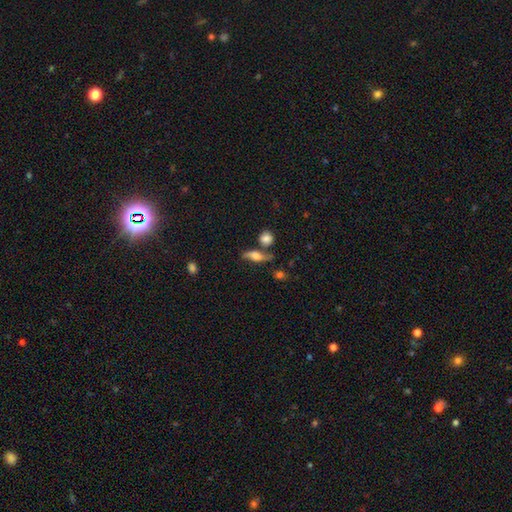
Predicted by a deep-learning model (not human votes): smooth_or_featured: smooth (p=0.47) [alt: featured or disk p=0.42]
merging: none (p=0.55) [alt: minor disturbance p=0.20]